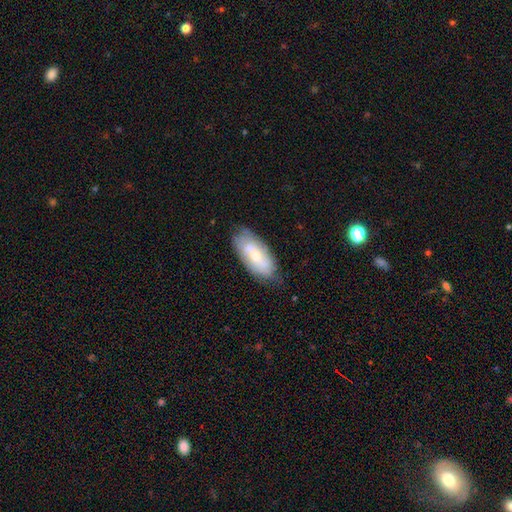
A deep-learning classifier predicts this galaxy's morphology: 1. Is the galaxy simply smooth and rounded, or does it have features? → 47% featured or disk, 46% smooth, 7% star or artifact.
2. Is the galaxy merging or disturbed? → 70% none, 22% minor disturbance, 5% major disturbance, 3% merger.